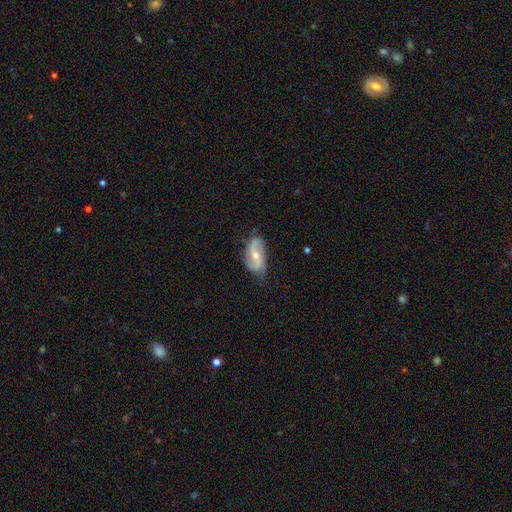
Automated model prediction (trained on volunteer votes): The model was most divided on "bar": weak: 45%, no: 36%, strong: 19%. More confident: edge-on disk — no (95%); spiral arms — yes (92%); spiral arm count — 2 (86%); smooth or featured — featured or disk (74%); merging — none (68%); spiral winding — loose (56%); bulge size — moderate (54%).